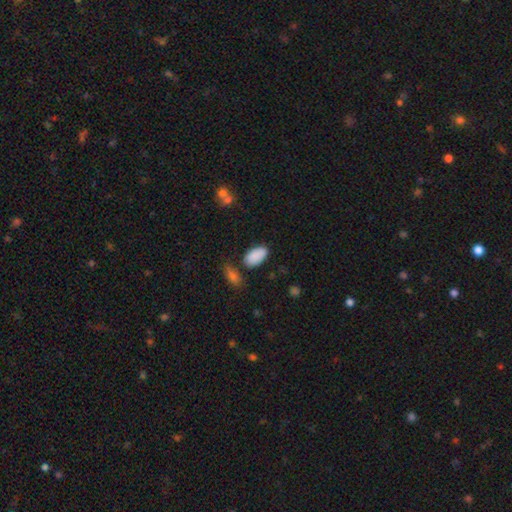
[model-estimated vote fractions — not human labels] A smooth galaxy with no disk features (89%) that is in between round and cigar-shaped (95%).

Vote fractions:
- Smooth or featured? smooth: 89% / star or artifact: 7% / featured or disk: 4%
- How rounded? in between: 95% / round: 3% / cigar-shaped: 2%
- Merging? none: 74% / minor disturbance: 15% / merger: 6% / major disturbance: 4%